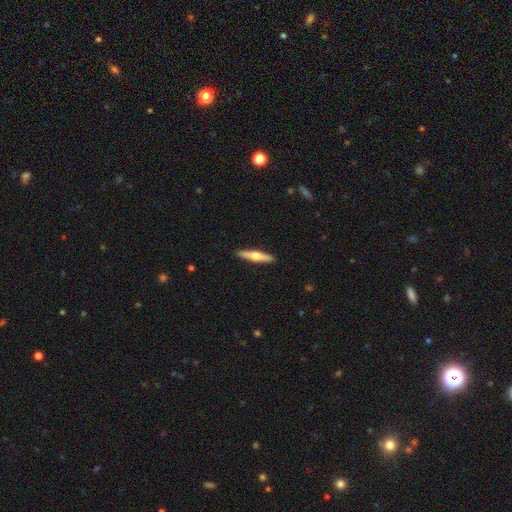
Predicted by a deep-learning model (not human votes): Overall: featured or disk (54%; smooth 41%). Edge-on disk: yes (96%). Edge-on bulge: rounded (91%). Merging: none (92%).